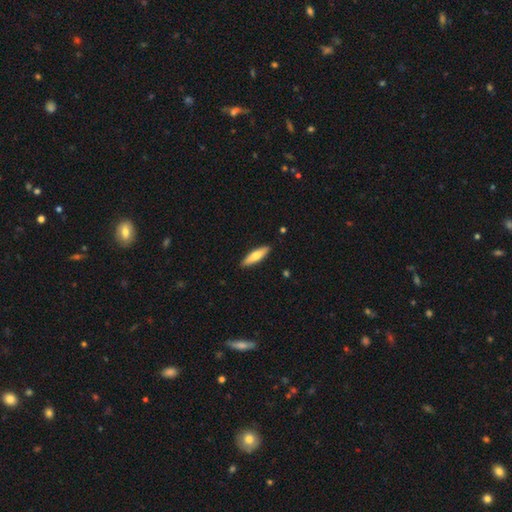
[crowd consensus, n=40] Overall: smooth (52%; featured or disk 40%). How rounded: cigar-shaped (86%). Merging: none (95%).